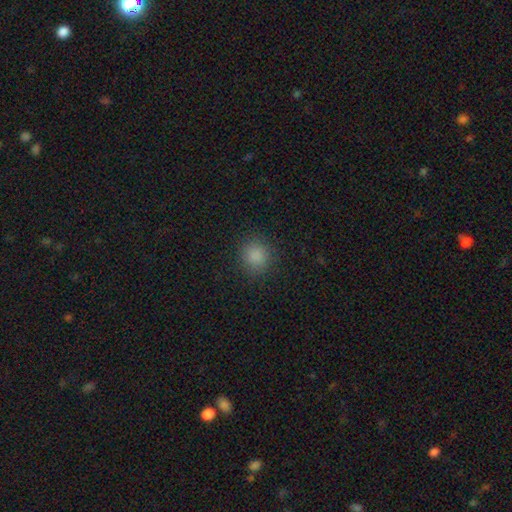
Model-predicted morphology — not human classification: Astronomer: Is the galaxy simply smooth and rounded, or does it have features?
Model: smooth — 85%.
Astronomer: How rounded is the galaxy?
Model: round — 89%.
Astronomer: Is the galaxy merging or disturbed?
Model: none — 89%.